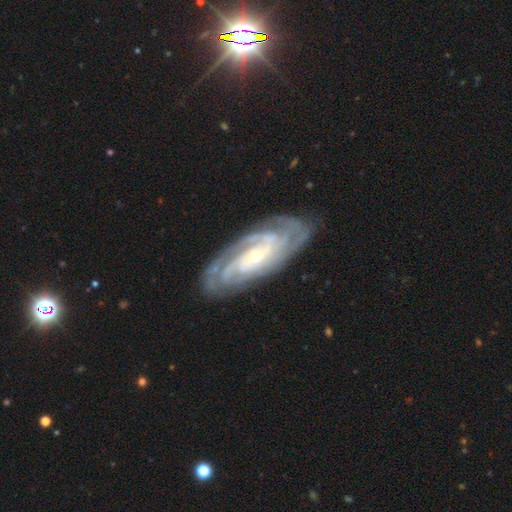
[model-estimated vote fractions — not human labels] This is clearly a featured or disk galaxy (90%). It is clearly not viewed edge-on (93%). Bar: likely no (63%). Spiral arm pattern: clearly yes (97%). Spiral arm count: marginally can't tell (24%). Spiral winding: likely tight (74%). Central bulge: likely small (69%). Merging: clearly none (81%).